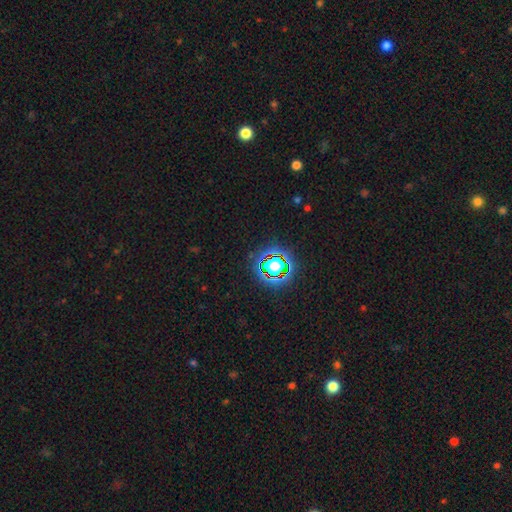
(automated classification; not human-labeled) A star or artifact, not a galaxy (79%).

Vote fractions:
- Smooth or featured? star or artifact: 79% / smooth: 13% / featured or disk: 8%